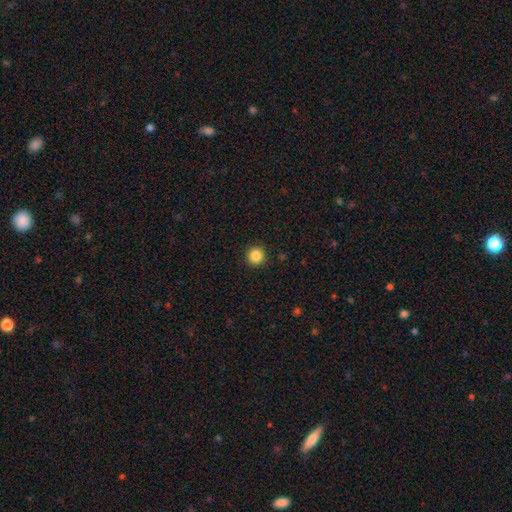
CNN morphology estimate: Smooth or featured? smooth (86%)
How rounded? round (95%)
Merging? none (92%)